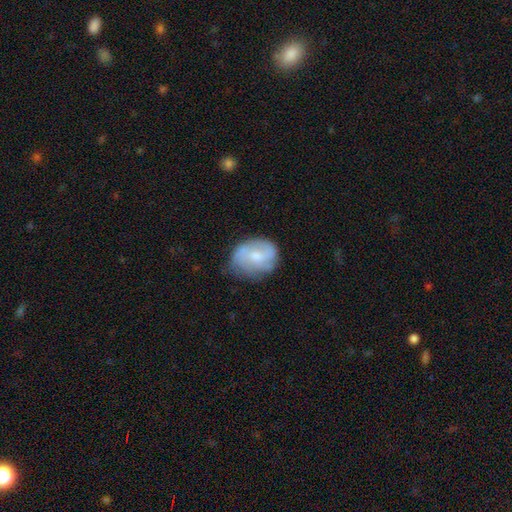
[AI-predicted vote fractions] This appears to be a smooth galaxy with no disk features (49%). Merging: none (54%).